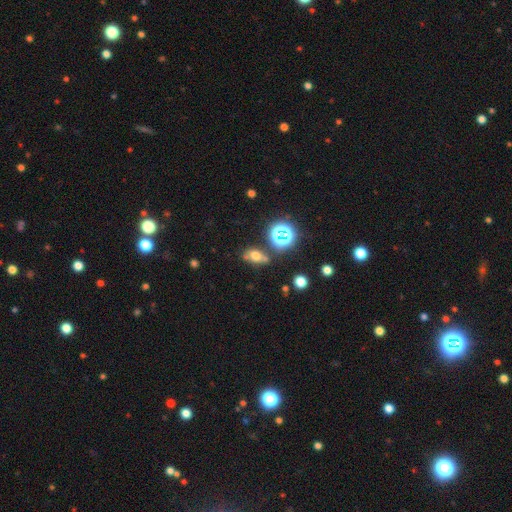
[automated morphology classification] This is possibly a smooth galaxy (57%). How rounded: likely in between (73%). Merging: likely none (62%).